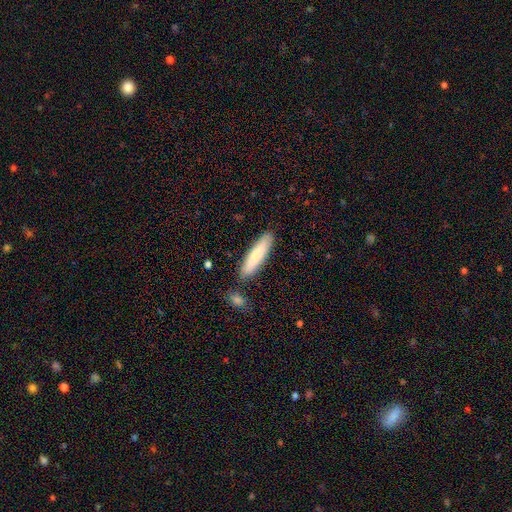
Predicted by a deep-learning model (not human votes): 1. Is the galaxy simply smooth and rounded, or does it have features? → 74% smooth, 20% featured or disk, 6% star or artifact.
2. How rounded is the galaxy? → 78% cigar-shaped, 20% in between, 1% round.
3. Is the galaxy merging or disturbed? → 84% none, 10% minor disturbance, 4% merger, 2% major disturbance.